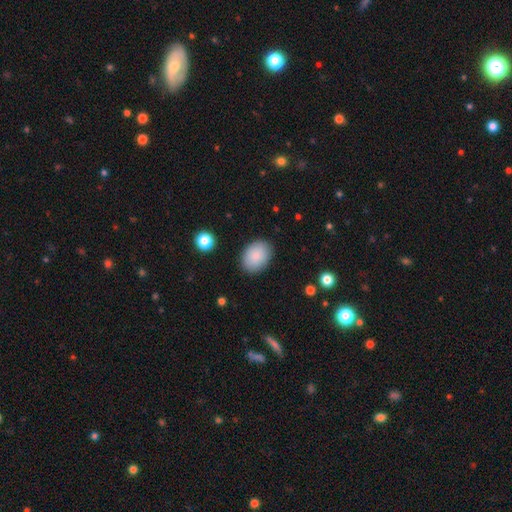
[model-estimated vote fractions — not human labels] A smooth galaxy with no disk features (86%) that is in between round and cigar-shaped (77%). Merging: none (87%).